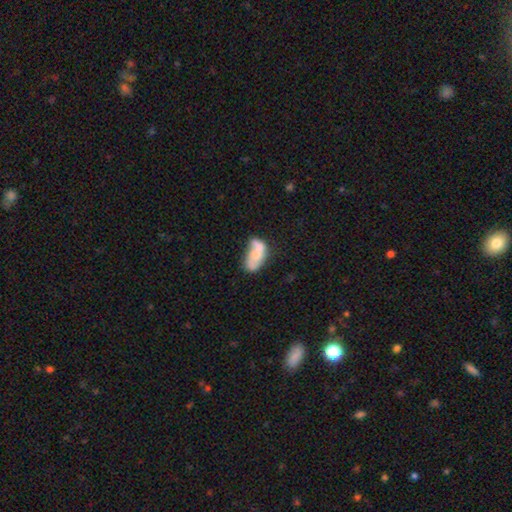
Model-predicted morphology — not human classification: Smooth or featured?
  - smooth: 52% *
  - featured or disk: 41%
  - star or artifact: 8%
How rounded?
  - in between: 89% *
  - round: 6%
  - cigar-shaped: 5%
Merging?
  - merger: 45% *
  - none: 24%
  - minor disturbance: 18%
  - major disturbance: 13%